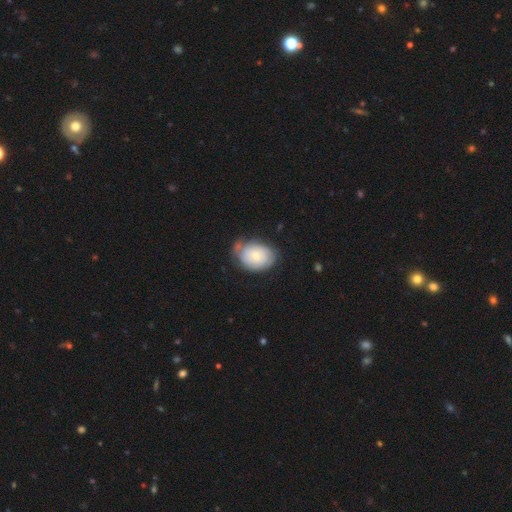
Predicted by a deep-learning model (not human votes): smooth-or-featured: smooth: 52% | featured or disk: 41% | star or artifact: 7%
  how-rounded: in between: 70% | round: 29% | cigar-shaped: 1%
  merging: none: 47% | minor disturbance: 34% | major disturbance: 14% | merger: 6%